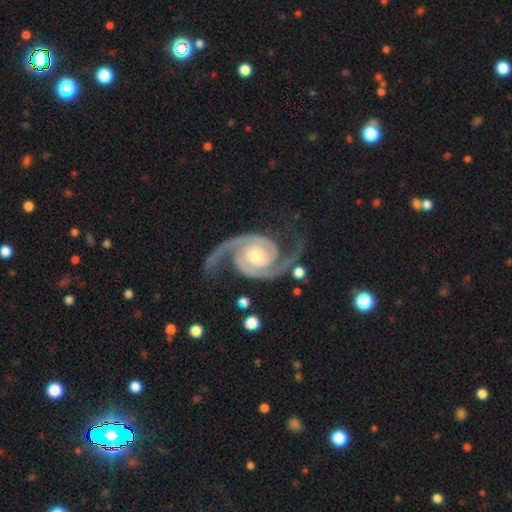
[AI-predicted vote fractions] featured or disk 95%, star or artifact 3%, smooth 2%. Down the decision tree: edge-on disk — no (98%); bar — no (67%); spiral arms — yes (99%); spiral arm count — 2 (94%); spiral winding — medium (52%); bulge size — moderate (57%); merging — none (74%).